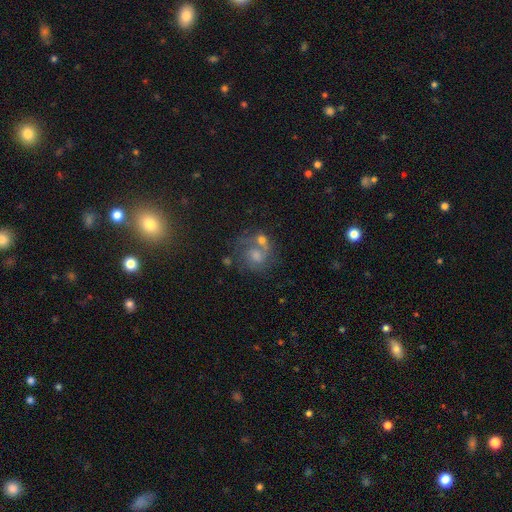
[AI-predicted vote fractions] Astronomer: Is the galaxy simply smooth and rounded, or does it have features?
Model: featured or disk — 63%.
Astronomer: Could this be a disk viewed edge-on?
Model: no — 98%.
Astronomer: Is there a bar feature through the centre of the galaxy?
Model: no — 68%.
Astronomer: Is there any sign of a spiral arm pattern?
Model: yes — 83%.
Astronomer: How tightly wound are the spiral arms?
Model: medium — 47% (runner-up: tight, 31%).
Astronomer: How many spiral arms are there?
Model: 2 — 56%.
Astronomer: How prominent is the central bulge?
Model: moderate — 45% (runner-up: small, 30%).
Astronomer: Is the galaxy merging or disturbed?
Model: none — 44% (runner-up: merger, 30%).